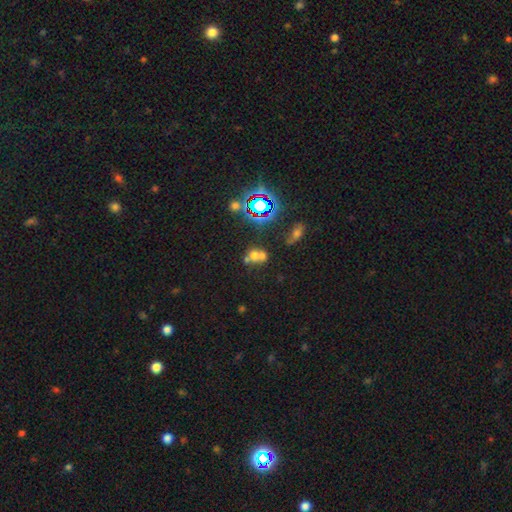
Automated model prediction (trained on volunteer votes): Smooth or featured? smooth (52%)
How rounded? round (62%)
Merging? merger (60%)